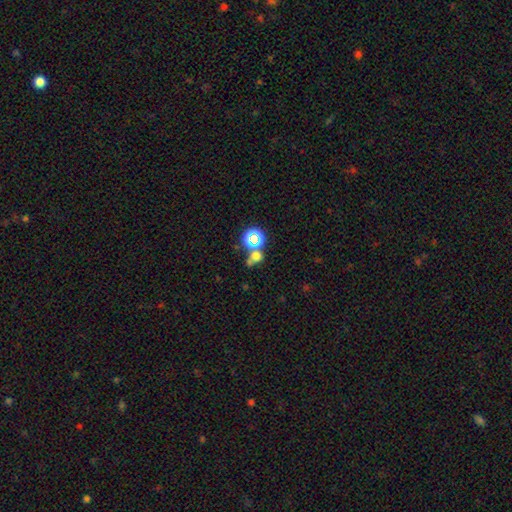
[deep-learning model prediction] Smooth or featured? Predicted: smooth (p=0.57). How rounded? Predicted: round (p=0.77). Merging? Predicted: none (p=0.49).